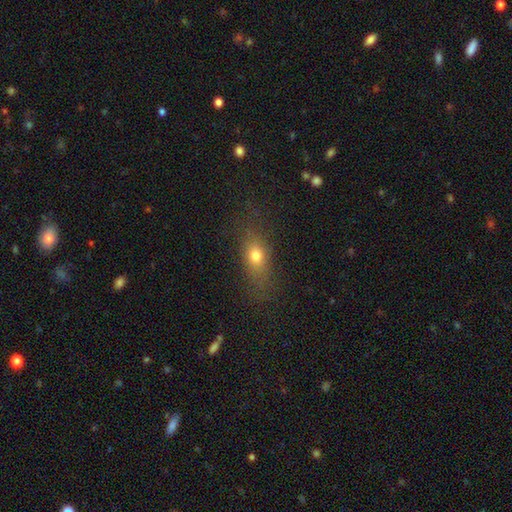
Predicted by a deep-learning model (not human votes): Q: Smooth or featured?
A: smooth (72%); runner-up: featured or disk (14%)
Q: How rounded?
A: in between (63%); runner-up: round (21%)
Q: Merging?
A: none (74%); runner-up: minor disturbance (16%)